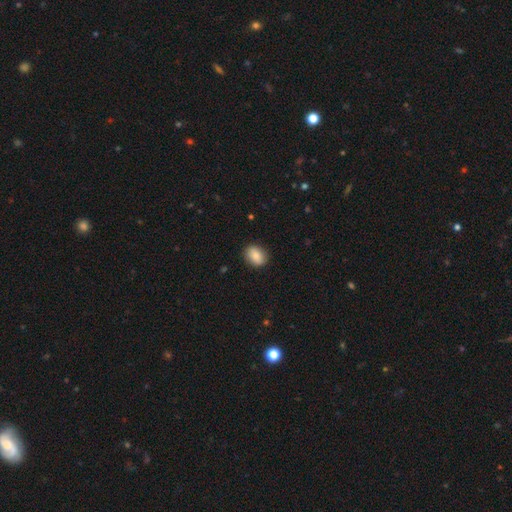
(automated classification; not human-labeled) Smooth or featured? smooth (81%)
How rounded? in between (61%)
Merging? none (87%)